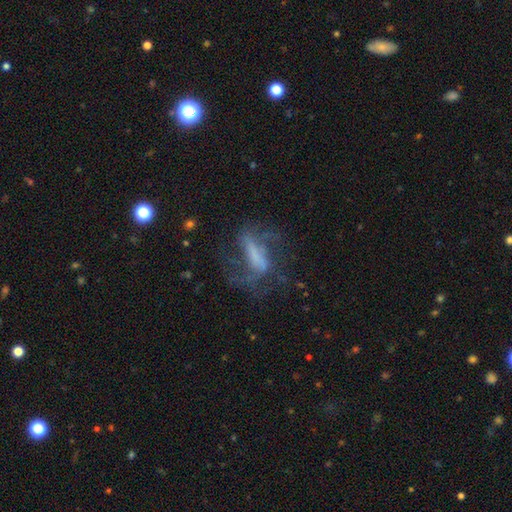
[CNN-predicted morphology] Overall: featured or disk (64%). Edge-on disk: no (86%). Bar: strong (52%; weak 25%). Spiral arms: yes (67%; no 33%). Bulge size: none (53%; small 19%). Merging: none (48%; major disturbance 31%).